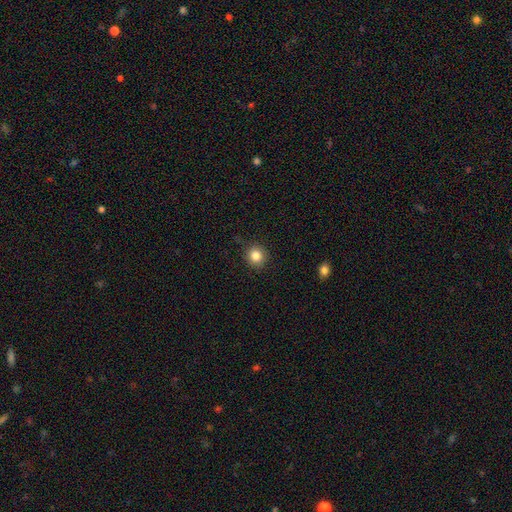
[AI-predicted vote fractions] Smooth or featured?
  - smooth: 84% *
  - star or artifact: 11%
  - featured or disk: 5%
How rounded?
  - round: 91% *
  - in between: 8%
  - cigar-shaped: 1%
Merging?
  - none: 89% *
  - minor disturbance: 8%
  - major disturbance: 2%
  - merger: 1%